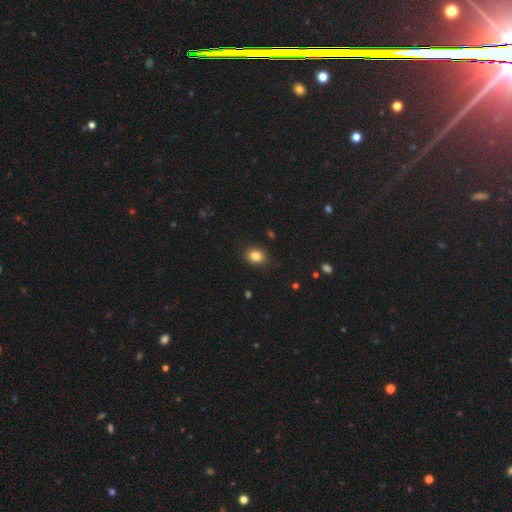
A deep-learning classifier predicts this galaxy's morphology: Smooth or featured: smooth — 84% (star or artifact — 10%)
How rounded: in between — 54% (round — 45%)
Merging: none — 88% (minor disturbance — 9%)